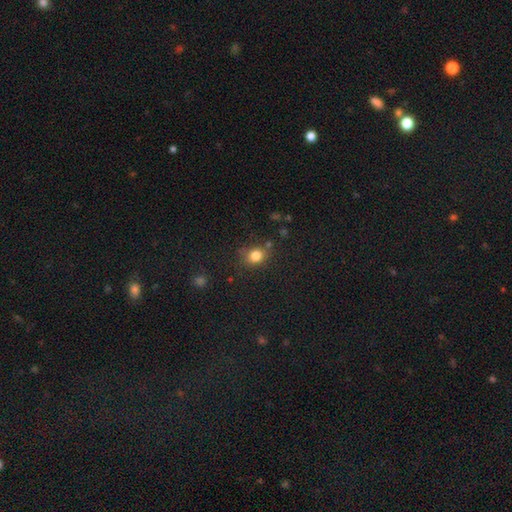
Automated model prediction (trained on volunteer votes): This appears to be a smooth galaxy with no disk features (81%) that is round (67%). Merging: none (74%).